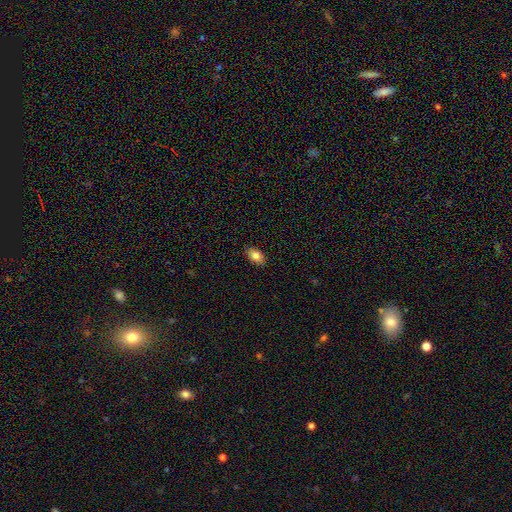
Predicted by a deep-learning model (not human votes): A smooth galaxy with no disk features (81%) that is in between round and cigar-shaped (89%).

Vote fractions:
- Smooth or featured? smooth: 81% / featured or disk: 10% / star or artifact: 8%
- How rounded? in between: 89% / round: 8% / cigar-shaped: 3%
- Merging? none: 88% / minor disturbance: 9% / major disturbance: 2% / merger: 1%